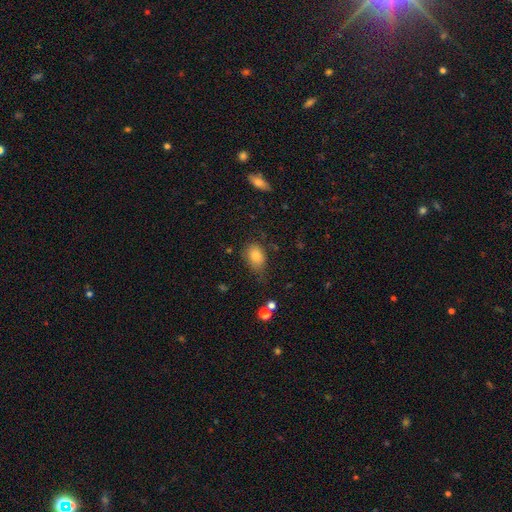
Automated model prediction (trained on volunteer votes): Morphology: type=smooth (80%); roundness=in between (77%); merging=none (64%).